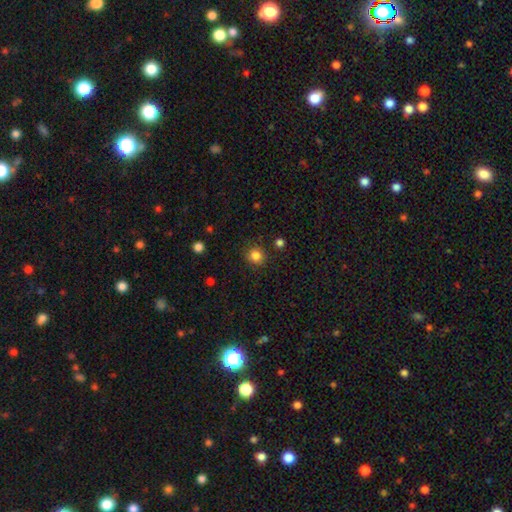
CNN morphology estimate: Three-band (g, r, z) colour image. It shows a smooth galaxy with no disk features (84%) that is round (89%). Merging: none (88%).